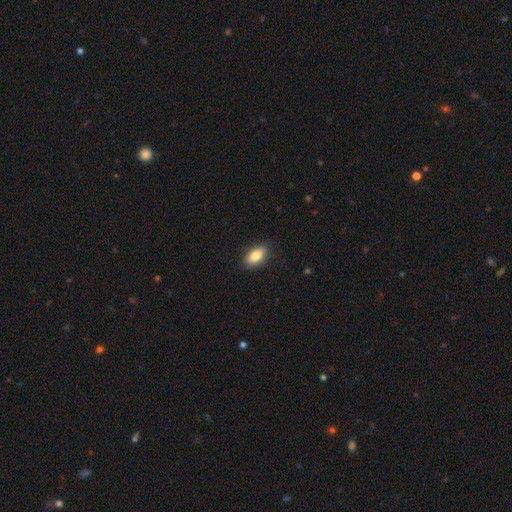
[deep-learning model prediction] Overall: smooth (83%). How rounded: in between (88%). Merging: none (88%).